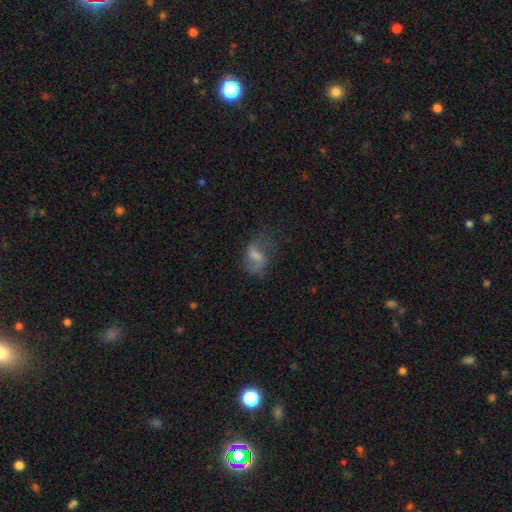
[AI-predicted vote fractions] Smooth or featured? Predicted: featured or disk (p=0.54). Edge-on disk? Predicted: no (p=0.95). Bar? Predicted: weak (p=0.50). Spiral arms? Predicted: yes (p=0.78). Bulge size? Predicted: moderate (p=0.36). Merging? Predicted: none (p=0.56).